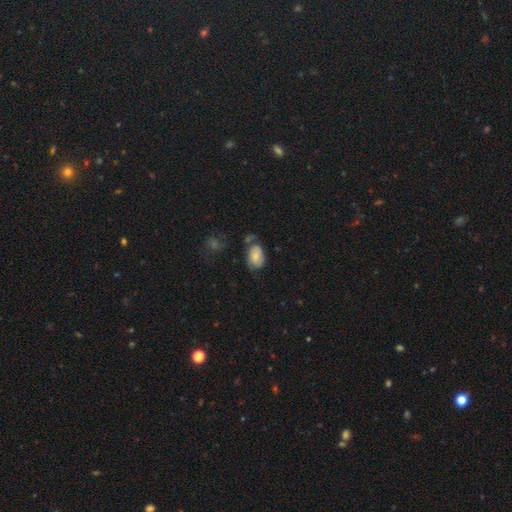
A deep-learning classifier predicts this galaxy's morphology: type=smooth (72%); roundness=in between (88%); merging=none (49%).